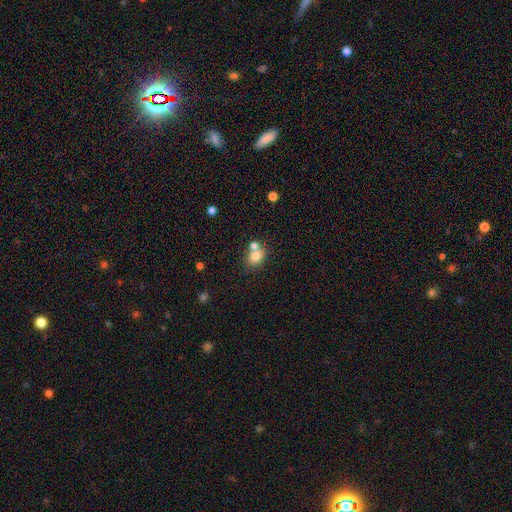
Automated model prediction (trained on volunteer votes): Q: Smooth or featured?
A: smooth (78%); runner-up: featured or disk (11%)
Q: How rounded?
A: round (49%); tied with: in between (49%)
Q: Merging?
A: none (51%); runner-up: merger (35%)